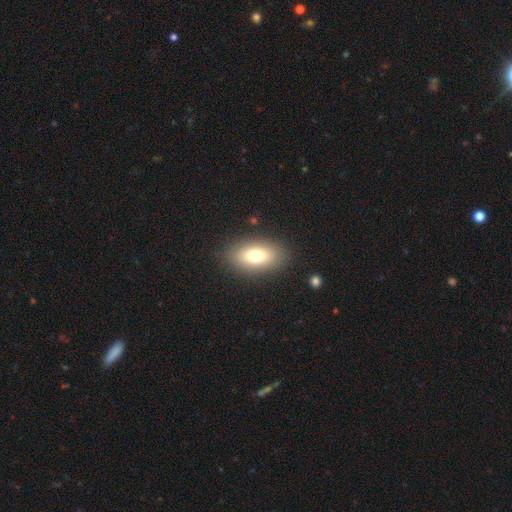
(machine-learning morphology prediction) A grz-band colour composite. It shows a smooth galaxy with no disk features (75%) that is in between round and cigar-shaped (88%). Merging: none (86%).